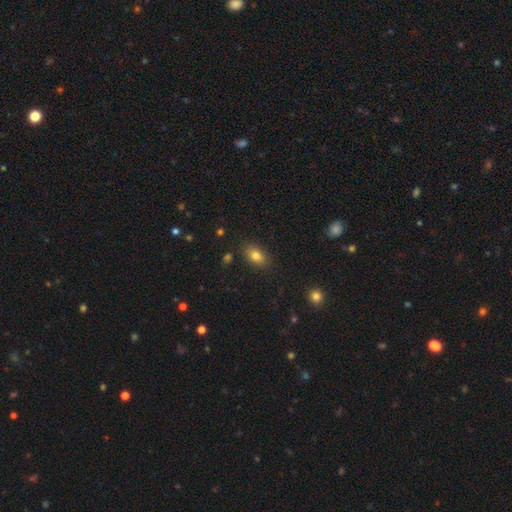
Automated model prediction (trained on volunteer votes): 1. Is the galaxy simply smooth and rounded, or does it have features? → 79% smooth, 11% star or artifact, 10% featured or disk.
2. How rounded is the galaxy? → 85% in between, 13% round, 3% cigar-shaped.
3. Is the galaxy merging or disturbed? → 85% none, 11% minor disturbance, 3% major disturbance, 2% merger.